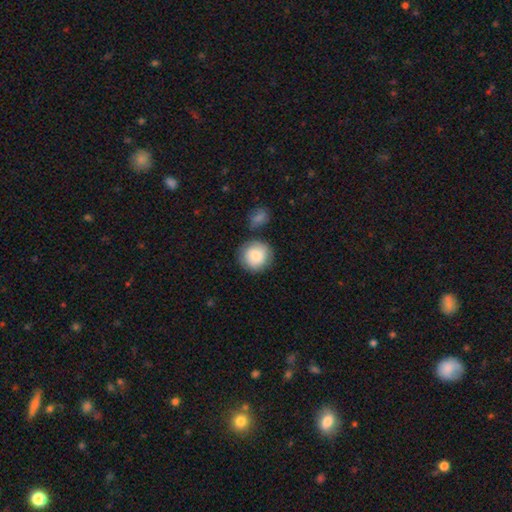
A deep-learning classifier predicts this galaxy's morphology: Overall: smooth (85%). How rounded: round (92%). Merging: none (74%).